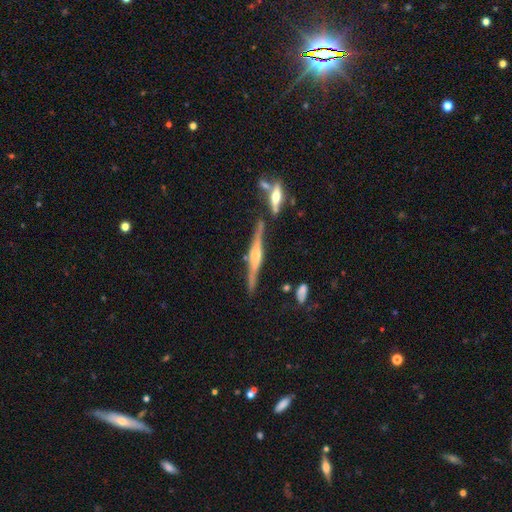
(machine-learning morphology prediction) smooth_or_featured: featured or disk (p=0.82) [alt: smooth p=0.12]
disk_edge_on: yes (p=0.97) [alt: no p=0.03]
edge_on_bulge: rounded (p=0.72) [alt: boxy p=0.23]
merging: none (p=0.78) [alt: minor disturbance p=0.13]